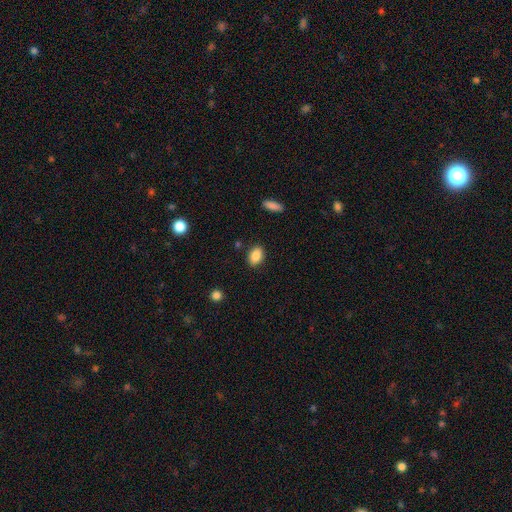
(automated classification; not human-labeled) Smooth or featured? Predicted: smooth (p=0.87). How rounded? Predicted: in between (p=0.81). Merging? Predicted: none (p=0.86).